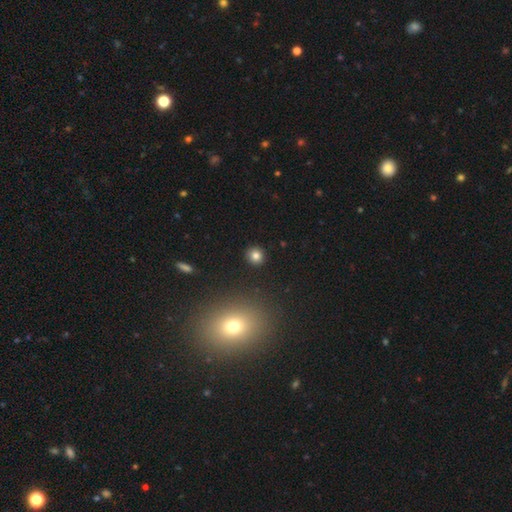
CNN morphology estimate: Smooth or featured: smooth — 81% (star or artifact — 13%)
How rounded: round — 89% (in between — 10%)
Merging: none — 91% (minor disturbance — 5%)